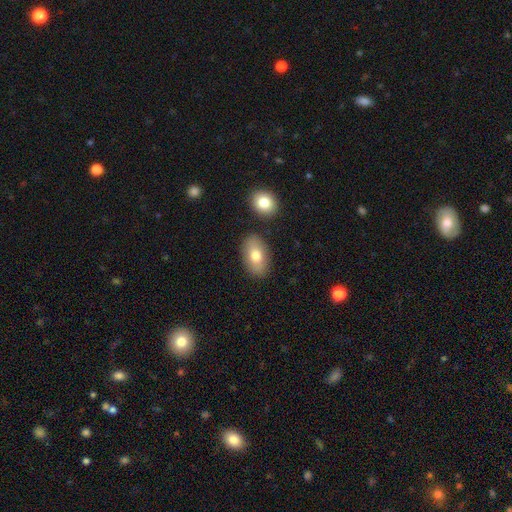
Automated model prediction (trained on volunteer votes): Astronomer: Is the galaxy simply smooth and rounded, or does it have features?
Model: smooth — 76%.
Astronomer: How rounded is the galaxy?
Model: in between — 92%.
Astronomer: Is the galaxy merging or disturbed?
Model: none — 81%.